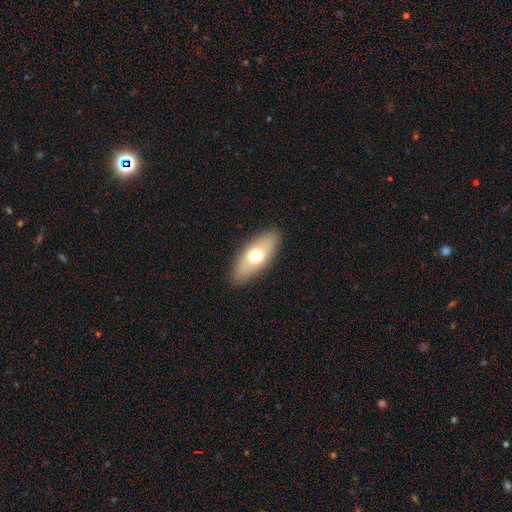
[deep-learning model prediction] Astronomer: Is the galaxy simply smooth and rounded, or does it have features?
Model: smooth — 65%.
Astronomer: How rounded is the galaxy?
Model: in between — 80%.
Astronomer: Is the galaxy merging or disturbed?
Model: none — 88%.